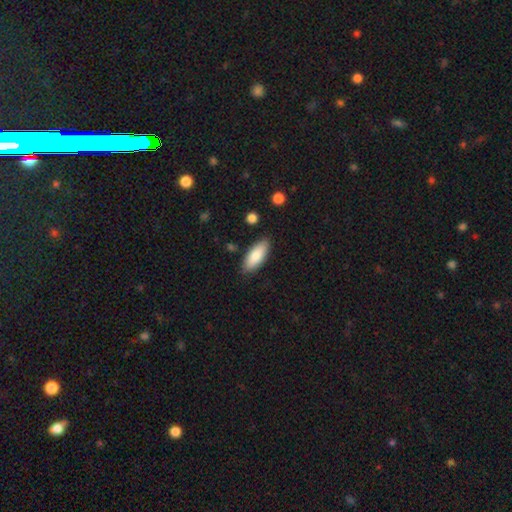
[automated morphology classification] Smooth or featured? Predicted: smooth (p=0.84). How rounded? Predicted: in between (p=0.80). Merging? Predicted: none (p=0.85).